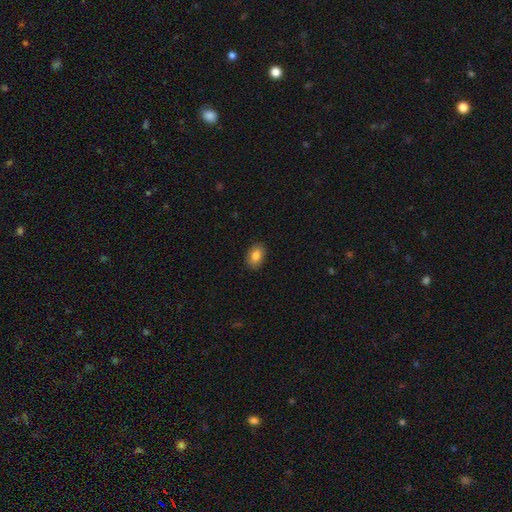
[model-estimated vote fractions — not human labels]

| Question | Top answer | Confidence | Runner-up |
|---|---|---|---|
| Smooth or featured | smooth | 84% | featured or disk (8%) |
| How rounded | in between | 83% | round (15%) |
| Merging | none | 89% | minor disturbance (8%) |